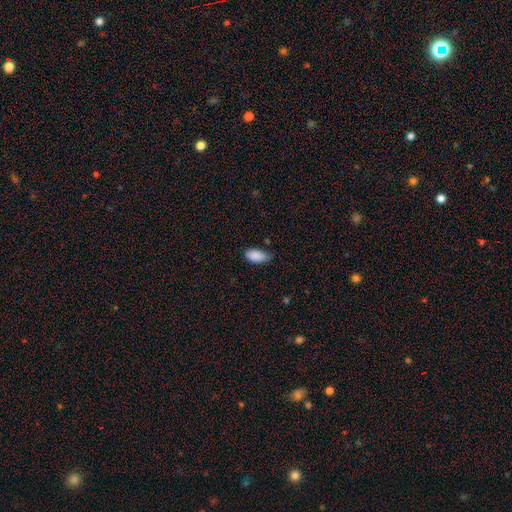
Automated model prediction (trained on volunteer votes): Morphology: type=smooth (88%); roundness=in between (93%); merging=none (57%).